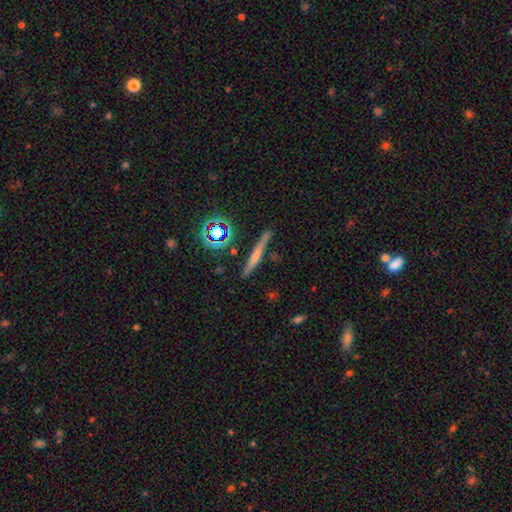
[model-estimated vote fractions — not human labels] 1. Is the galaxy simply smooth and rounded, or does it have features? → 45% smooth, 39% featured or disk, 16% star or artifact.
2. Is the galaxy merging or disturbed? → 80% none, 12% minor disturbance, 4% merger, 3% major disturbance.